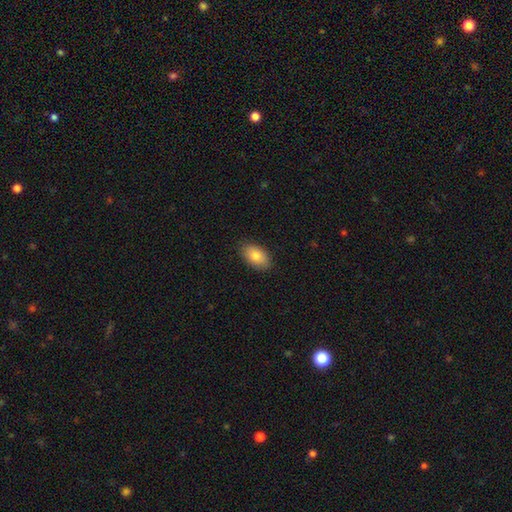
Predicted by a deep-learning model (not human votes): Smooth or featured?
  - smooth: 82% *
  - featured or disk: 11%
  - star or artifact: 7%
How rounded?
  - in between: 92% *
  - round: 7%
  - cigar-shaped: 2%
Merging?
  - none: 87% *
  - minor disturbance: 10%
  - major disturbance: 2%
  - merger: 1%